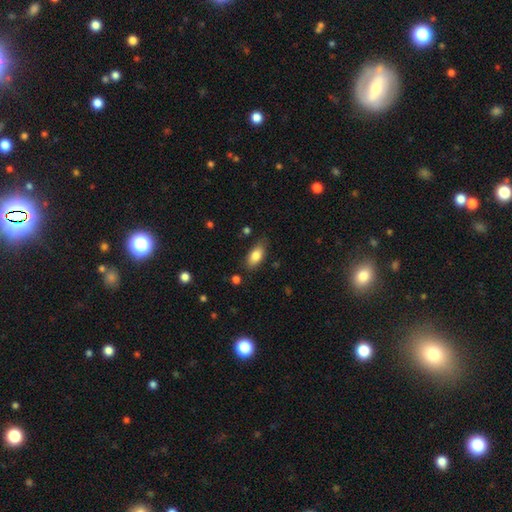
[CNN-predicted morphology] Q: Smooth or featured?
A: smooth (82%); runner-up: featured or disk (11%)
Q: How rounded?
A: in between (89%); runner-up: cigar-shaped (8%)
Q: Merging?
A: none (79%); runner-up: minor disturbance (16%)